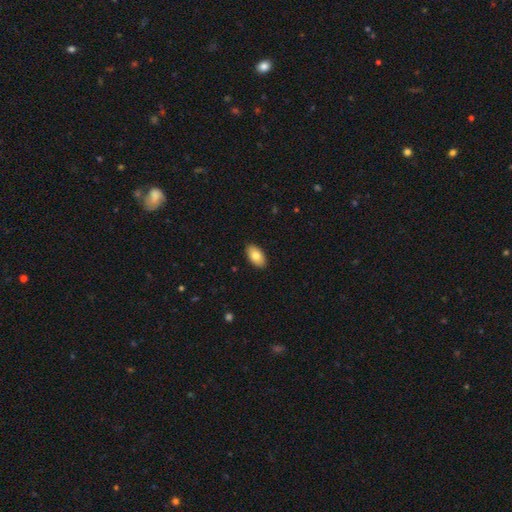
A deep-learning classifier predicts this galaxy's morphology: A smooth galaxy with no disk features (81%) that is in between round and cigar-shaped (95%).

Vote fractions:
- Smooth or featured? smooth: 81% / featured or disk: 13% / star or artifact: 6%
- How rounded? in between: 95% / round: 3% / cigar-shaped: 2%
- Merging? none: 89% / minor disturbance: 8% / major disturbance: 2% / merger: 1%